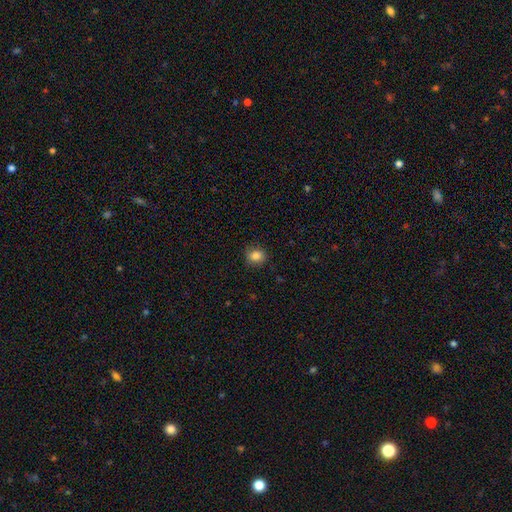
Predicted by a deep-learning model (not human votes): Morphology: type=smooth (85%); roundness=round (64%); merging=none (82%).